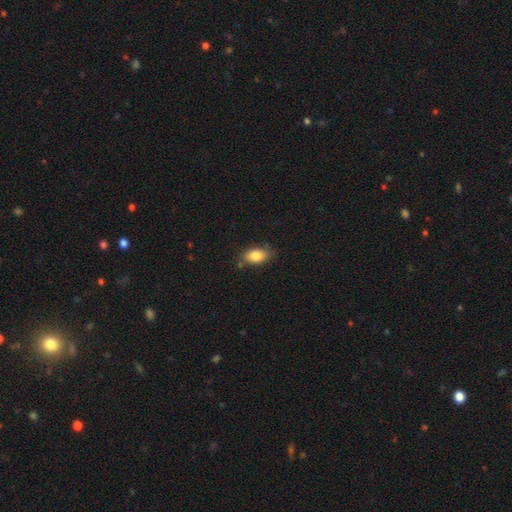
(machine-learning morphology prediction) This appears to be a smooth galaxy with no disk features (84%) that is in between round and cigar-shaped (89%). Merging: none (74%).